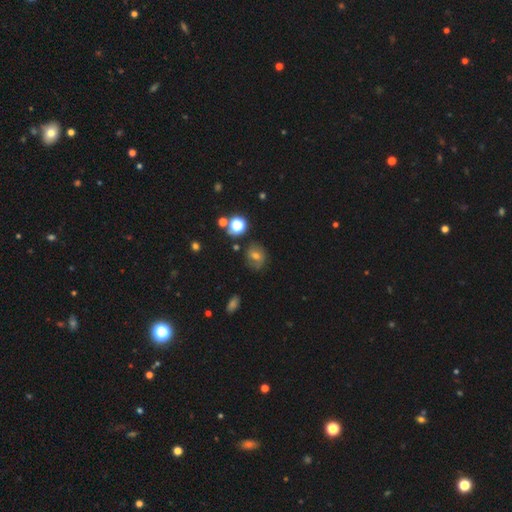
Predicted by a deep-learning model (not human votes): This is possibly a smooth galaxy (52%). How rounded: likely round (70%). Merging: likely none (73%).